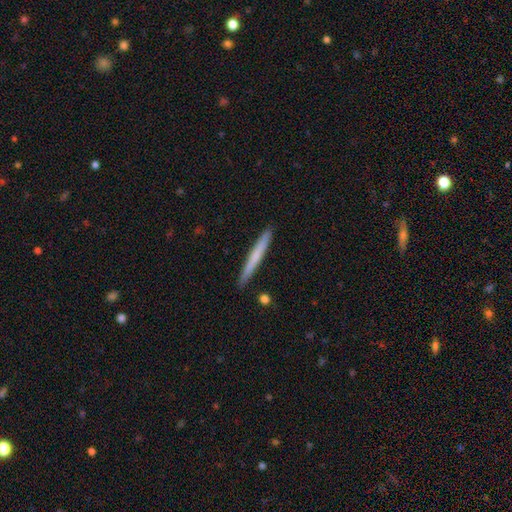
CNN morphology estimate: smooth-or-featured: smooth: 62% | featured or disk: 33% | star or artifact: 5%
  how-rounded: cigar-shaped: 97% | in between: 2% | round: 1%
  merging: none: 91% | minor disturbance: 6% | merger: 1% | major disturbance: 1%